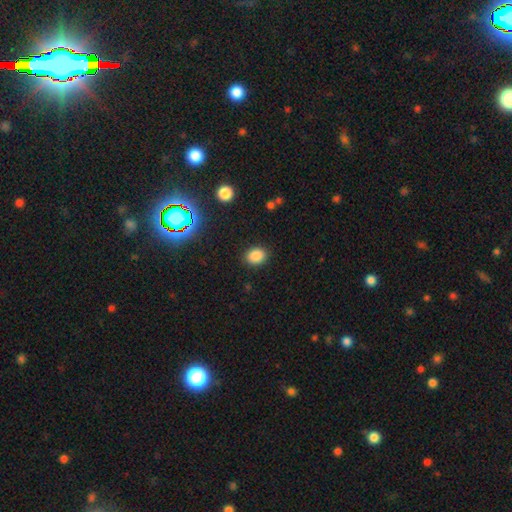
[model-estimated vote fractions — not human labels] smooth 84%, star or artifact 12%, featured or disk 4%. Down the decision tree: how rounded — in between (50%); merging — none (88%).